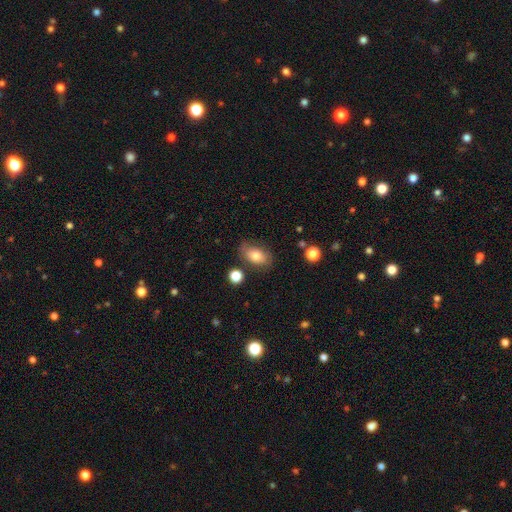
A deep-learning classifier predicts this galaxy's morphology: smooth_or_featured: smooth (p=0.78) [alt: featured or disk p=0.13]
how_rounded: in between (p=0.86) [alt: round p=0.11]
merging: none (p=0.74) [alt: minor disturbance p=0.18]